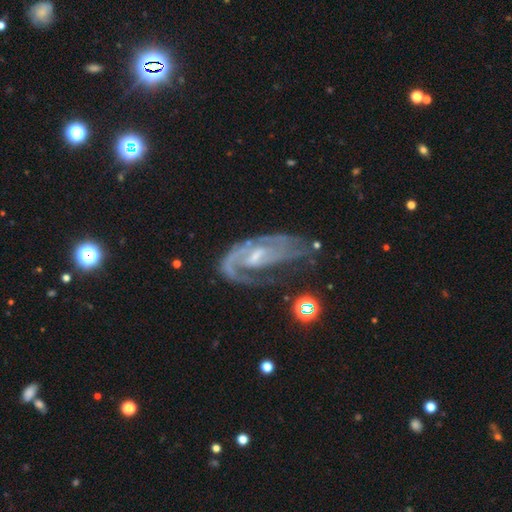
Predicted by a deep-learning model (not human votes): Q: Smooth or featured?
A: featured or disk (84%); runner-up: smooth (9%)
Q: Edge-on disk?
A: no (94%); runner-up: yes (6%)
Q: Bar?
A: weak (45%); runner-up: no (38%)
Q: Spiral arms?
A: yes (92%); runner-up: no (8%)
Q: Spiral winding?
A: tight (44%); runner-up: medium (41%)
Q: Spiral arm count?
A: 2 (41%); runner-up: 1 (33%)
Q: Bulge size?
A: small (53%); runner-up: moderate (30%)
Q: Merging?
A: none (48%); runner-up: major disturbance (24%)